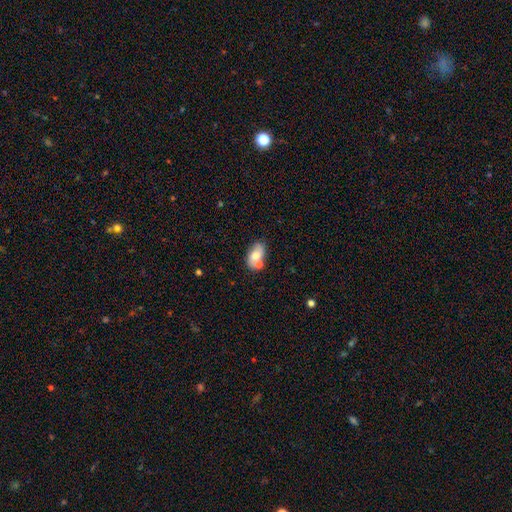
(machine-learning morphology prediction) Smooth or featured? Predicted: smooth (p=0.63). How rounded? Predicted: in between (p=0.89). Merging? Predicted: none (p=0.55).